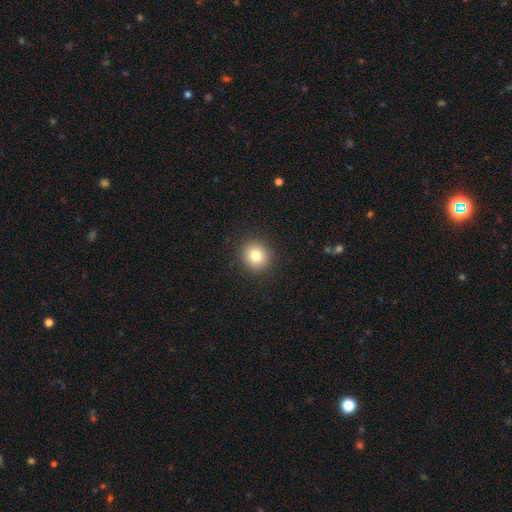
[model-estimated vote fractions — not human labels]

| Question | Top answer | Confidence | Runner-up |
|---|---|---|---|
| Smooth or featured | smooth | 81% | star or artifact (11%) |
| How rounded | round | 85% | in between (14%) |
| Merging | none | 91% | minor disturbance (6%) |